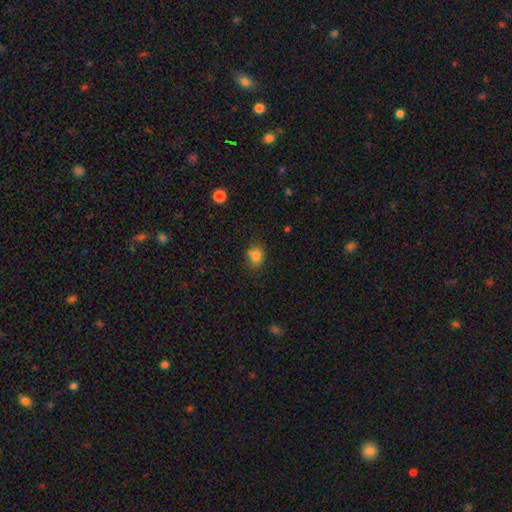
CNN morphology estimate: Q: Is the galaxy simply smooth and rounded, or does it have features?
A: smooth — 80%.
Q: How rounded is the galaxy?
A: round — 54%.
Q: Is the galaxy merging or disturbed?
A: none — 67%.